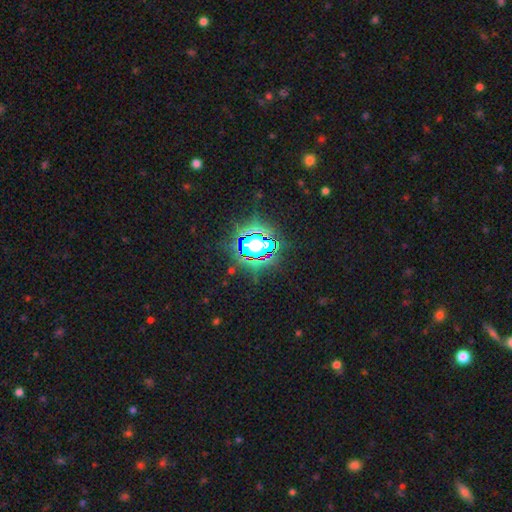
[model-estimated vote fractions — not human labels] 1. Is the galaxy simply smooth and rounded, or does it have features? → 80% star or artifact, 12% smooth, 8% featured or disk.